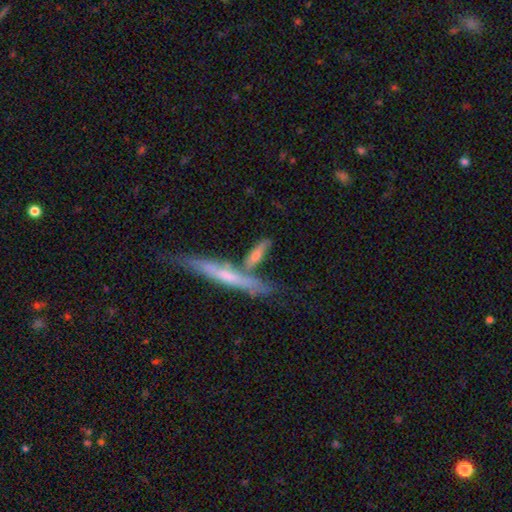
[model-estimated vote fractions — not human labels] The model was most divided on "merging": none: 45%, merger: 34%, minor disturbance: 15%, major disturbance: 7%. More confident: how rounded — cigar-shaped (73%); smooth or featured — smooth (55%).